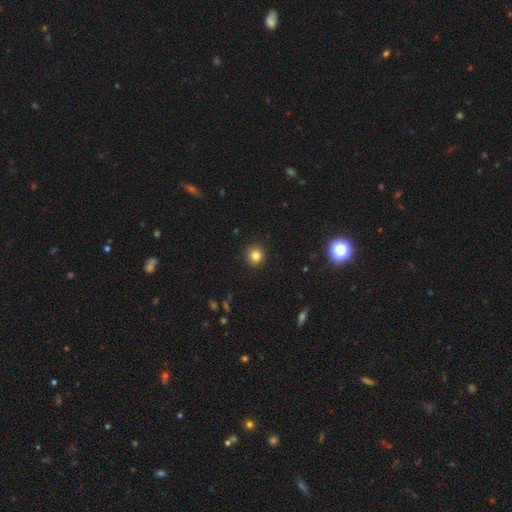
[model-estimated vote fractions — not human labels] Smooth or featured: smooth — 82% (star or artifact — 12%)
How rounded: round — 93% (in between — 6%)
Merging: none — 92% (minor disturbance — 5%)